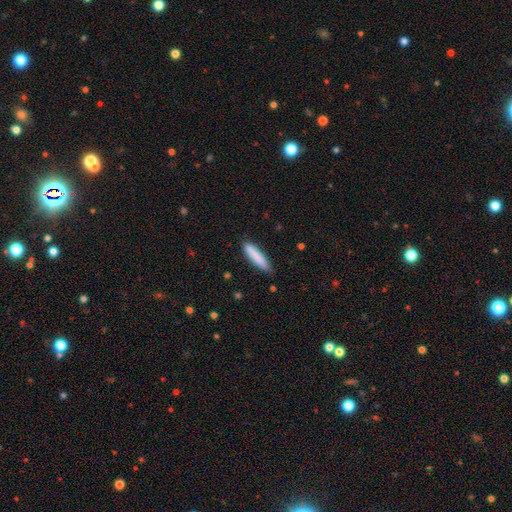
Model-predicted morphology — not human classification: This appears to be a smooth galaxy with no disk features (85%) that is cigar-shaped (81%). Merging: none (82%).